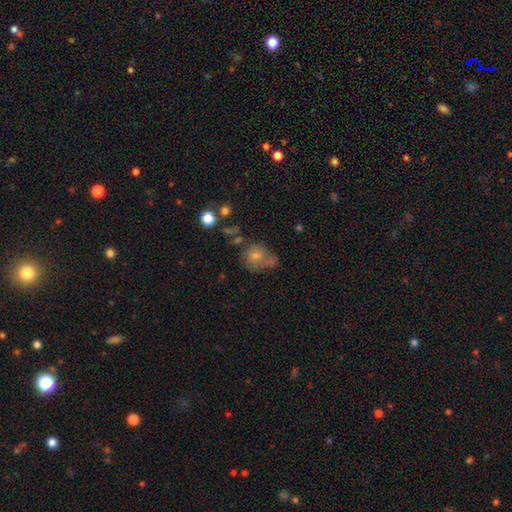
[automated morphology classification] A smooth galaxy with no disk features (61%) that is round (74%). Merging: none (47%).